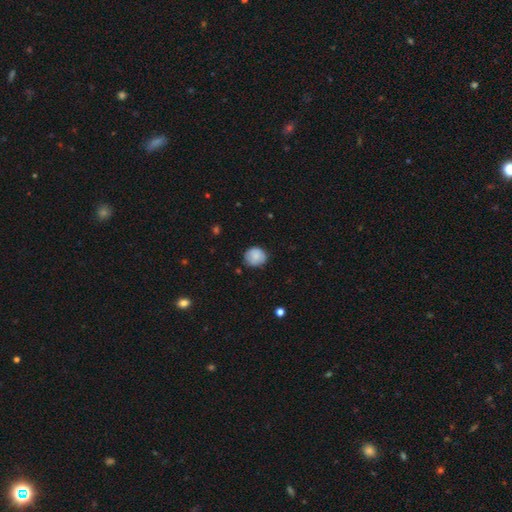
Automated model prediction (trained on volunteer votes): This appears to be a smooth galaxy with no disk features (78%) that is round (78%). Merging: none (76%).